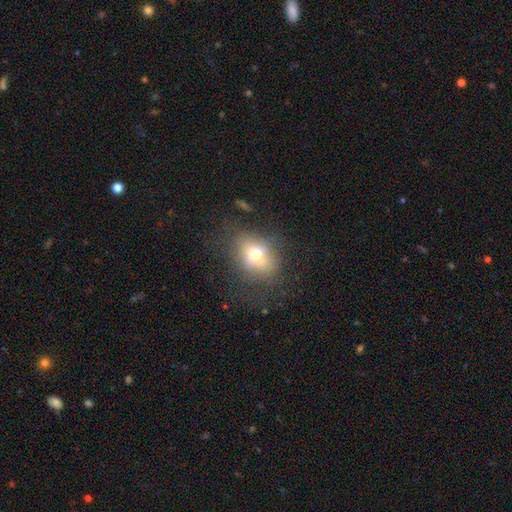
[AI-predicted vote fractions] A smooth galaxy with no disk features (65%) that is in between round and cigar-shaped (53%).

Vote fractions:
- Smooth or featured? smooth: 65% / featured or disk: 22% / star or artifact: 13%
- How rounded? in between: 53% / round: 45% / cigar-shaped: 2%
- Merging? none: 64% / minor disturbance: 20% / major disturbance: 14% / merger: 2%